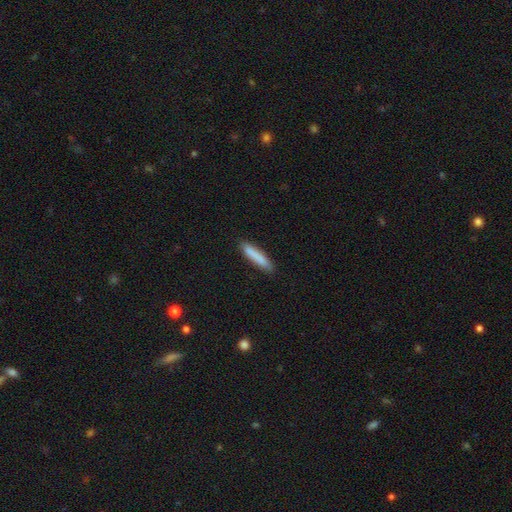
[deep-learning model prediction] Smooth or featured?
  - smooth: 84% *
  - featured or disk: 10%
  - star or artifact: 6%
How rounded?
  - cigar-shaped: 90% *
  - in between: 8%
  - round: 1%
Merging?
  - none: 89% *
  - minor disturbance: 8%
  - major disturbance: 2%
  - merger: 1%